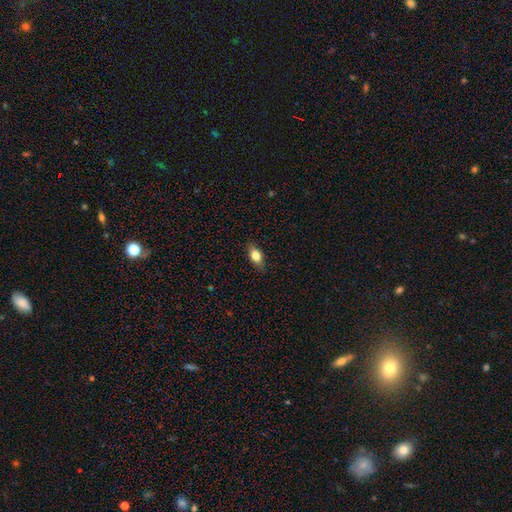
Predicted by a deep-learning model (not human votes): A smooth galaxy with no disk features (79%) that is in between round and cigar-shaped (83%). Merging: none (86%).